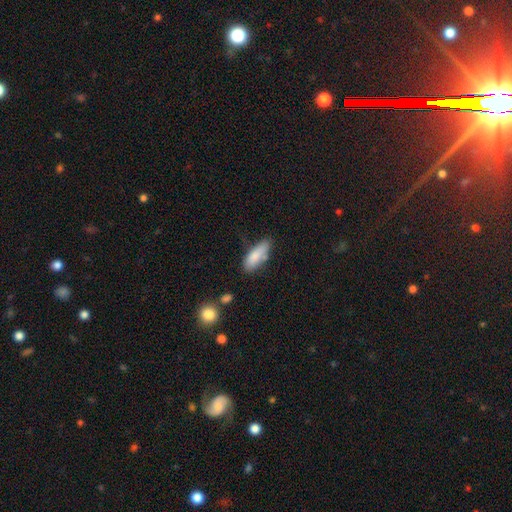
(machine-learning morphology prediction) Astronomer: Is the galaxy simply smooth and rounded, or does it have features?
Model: smooth — 82%.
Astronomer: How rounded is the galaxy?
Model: in between — 67%.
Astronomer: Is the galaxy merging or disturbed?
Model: none — 61%.